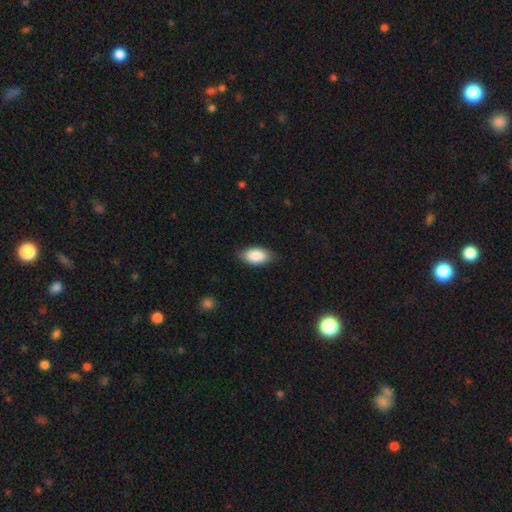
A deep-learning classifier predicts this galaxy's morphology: A smooth galaxy with no disk features (88%) that is in between round and cigar-shaped (94%).

Vote fractions:
- Smooth or featured? smooth: 88% / star or artifact: 6% / featured or disk: 5%
- How rounded? in between: 94% / round: 3% / cigar-shaped: 3%
- Merging? none: 83% / minor disturbance: 13% / major disturbance: 3% / merger: 1%